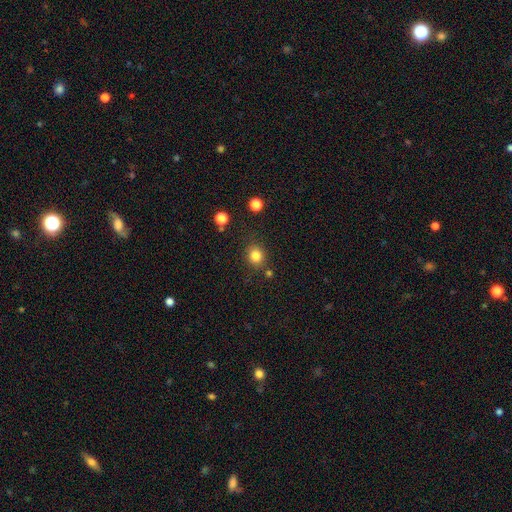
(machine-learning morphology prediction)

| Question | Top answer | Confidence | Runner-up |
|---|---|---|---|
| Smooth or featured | smooth | 82% | star or artifact (12%) |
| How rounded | round | 75% | in between (24%) |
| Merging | none | 82% | minor disturbance (10%) |